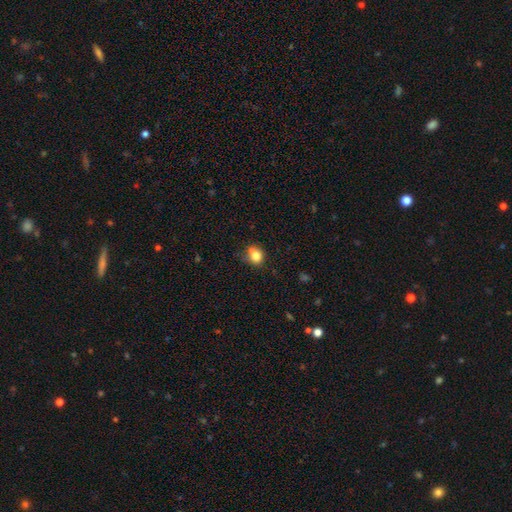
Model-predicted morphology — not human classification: This appears to be a smooth galaxy with no disk features (81%) that is round (74%). Merging: none (63%).